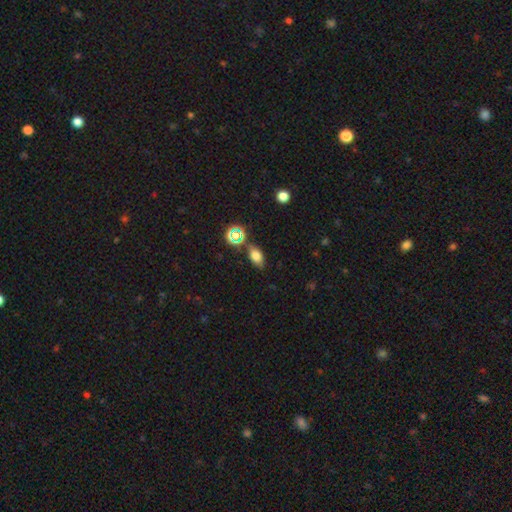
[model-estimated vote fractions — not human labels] Overall: smooth (71%). How rounded: in between (83%). Merging: none (77%).